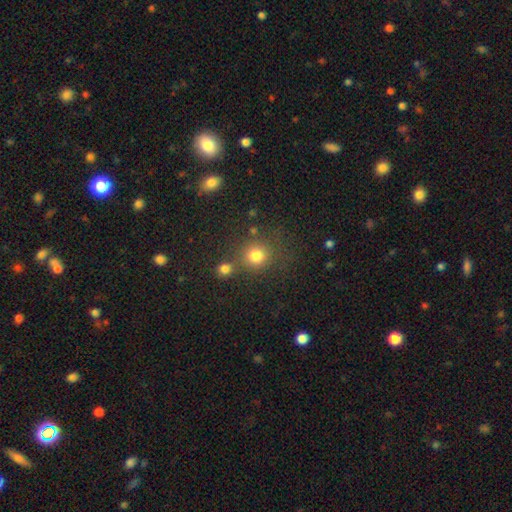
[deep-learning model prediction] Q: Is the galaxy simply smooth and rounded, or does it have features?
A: smooth — 77%.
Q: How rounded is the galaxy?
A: round — 88%.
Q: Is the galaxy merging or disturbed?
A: none — 63%.